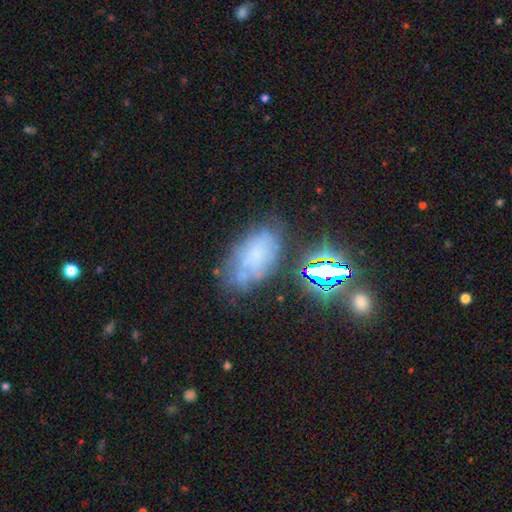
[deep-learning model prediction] The model was most divided on "smooth or featured": smooth: 43%, featured or disk: 32%, star or artifact: 24%. Remaining: merging — none (48%).